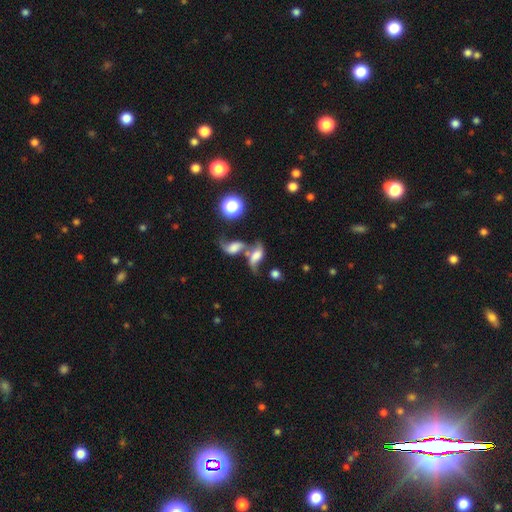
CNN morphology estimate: Q: Smooth or featured?
A: featured or disk (54%); runner-up: smooth (33%)
Q: Edge-on disk?
A: no (91%); runner-up: yes (9%)
Q: Merging?
A: merger (59%); runner-up: none (20%)